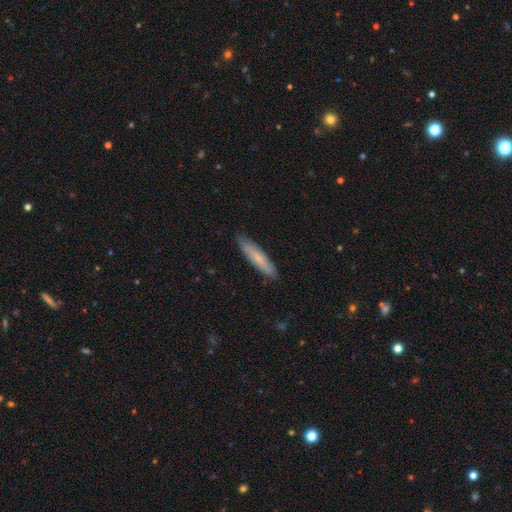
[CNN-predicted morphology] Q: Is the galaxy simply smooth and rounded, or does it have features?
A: smooth — 66%.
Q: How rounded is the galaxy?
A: cigar-shaped — 88%.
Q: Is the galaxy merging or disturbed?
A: none — 89%.